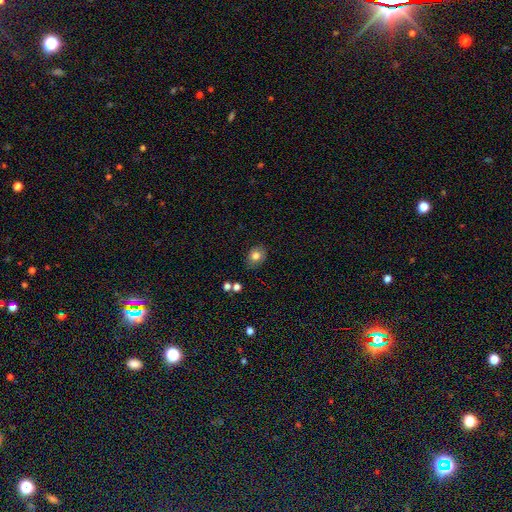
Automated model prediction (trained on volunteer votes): smooth-or-featured: smooth: 79% | featured or disk: 11% | star or artifact: 10%
  how-rounded: in between: 54% | round: 45% | cigar-shaped: 1%
  merging: none: 83% | minor disturbance: 12% | major disturbance: 3% | merger: 2%